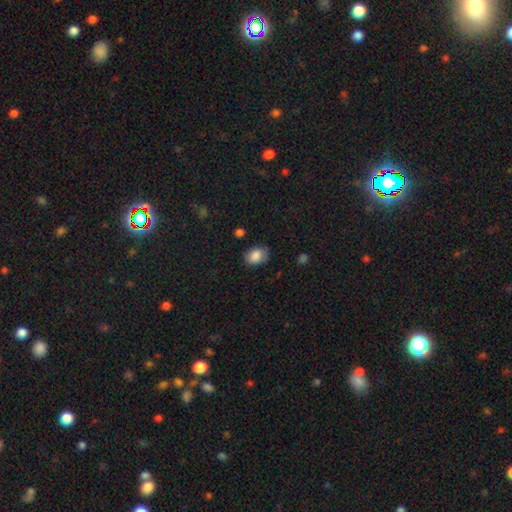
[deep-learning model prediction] smooth 86%, star or artifact 8%, featured or disk 6%. Down the decision tree: how rounded — in between (74%); merging — none (78%).